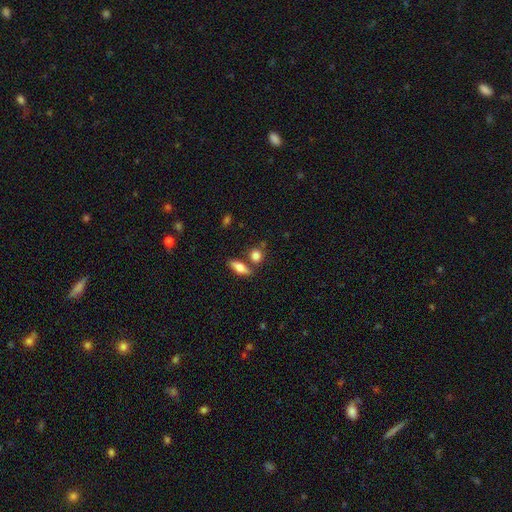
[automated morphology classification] The model was most divided on "how rounded": round: 56%, in between: 35%, cigar-shaped: 9%. More confident: smooth or featured — smooth (79%); merging — none (66%).